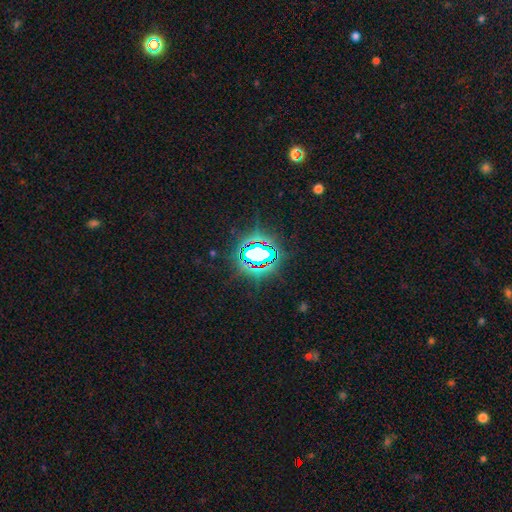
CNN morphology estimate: type=star or artifact (75%).